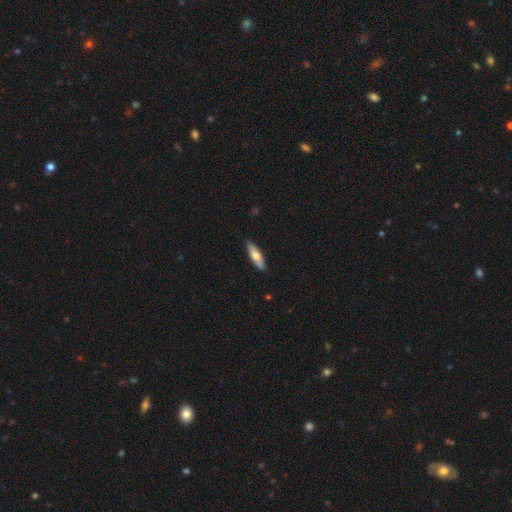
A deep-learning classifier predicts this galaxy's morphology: Q: Smooth or featured?
A: smooth (63%); runner-up: featured or disk (32%)
Q: How rounded?
A: cigar-shaped (59%); runner-up: in between (39%)
Q: Merging?
A: none (88%); runner-up: minor disturbance (10%)